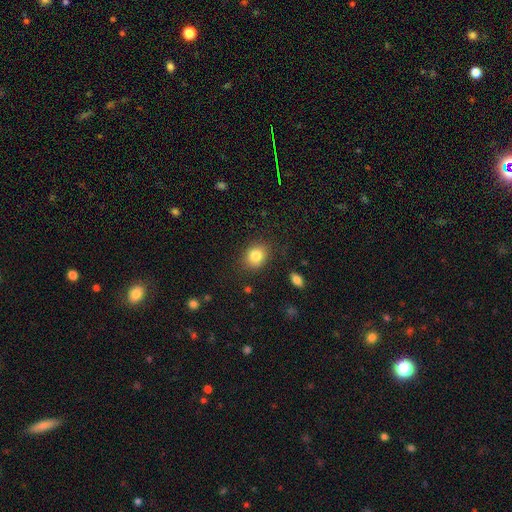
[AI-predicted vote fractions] Smooth or featured?
  - smooth: 83% *
  - star or artifact: 10%
  - featured or disk: 8%
How rounded?
  - round: 52% *
  - in between: 47%
  - cigar-shaped: 1%
Merging?
  - none: 83% *
  - minor disturbance: 12%
  - major disturbance: 3%
  - merger: 2%